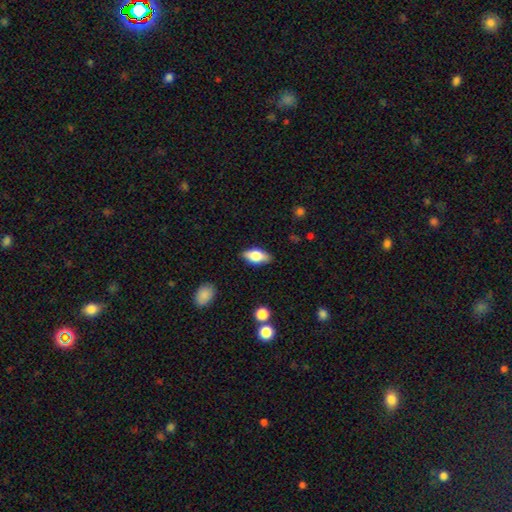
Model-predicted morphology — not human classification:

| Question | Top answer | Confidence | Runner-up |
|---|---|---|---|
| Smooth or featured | smooth | 68% | featured or disk (25%) |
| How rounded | in between | 85% | cigar-shaped (11%) |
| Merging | none | 86% | minor disturbance (11%) |